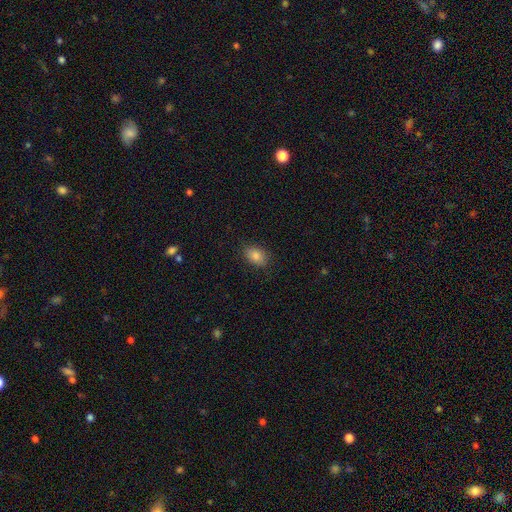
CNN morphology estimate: Smooth or featured: smooth — 83% (star or artifact — 10%)
How rounded: in between — 79% (round — 20%)
Merging: none — 85% (minor disturbance — 11%)